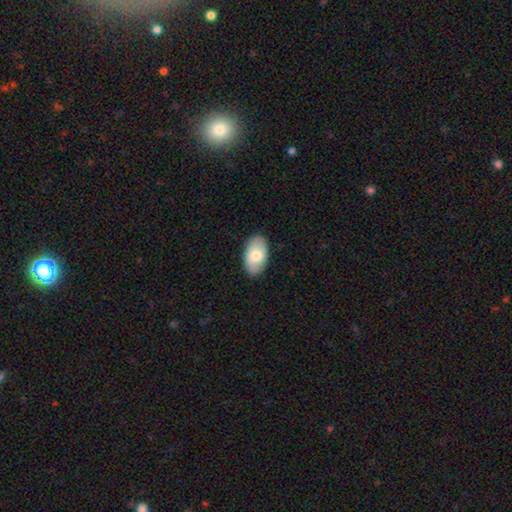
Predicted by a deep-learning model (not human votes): smooth 74%, featured or disk 21%, star or artifact 6%. Down the decision tree: how rounded — in between (94%); merging — none (86%).